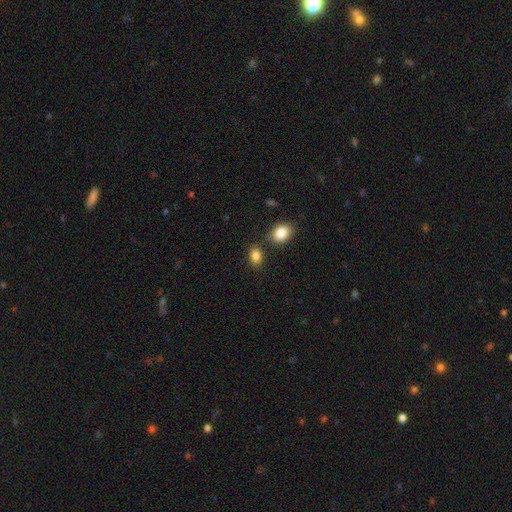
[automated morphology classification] Overall: smooth (85%). How rounded: in between (82%). Merging: none (71%).